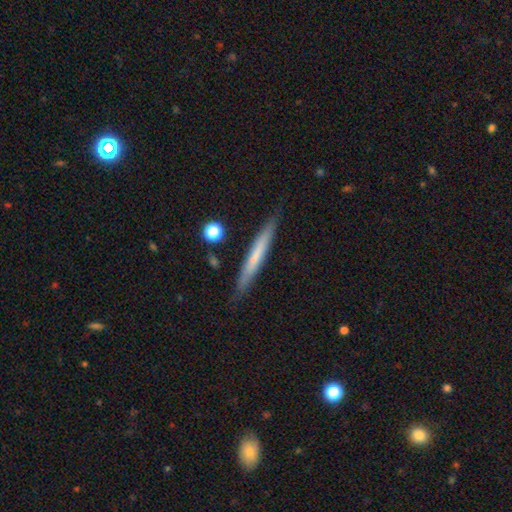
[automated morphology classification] type=smooth (52%); roundness=cigar-shaped (96%); merging=none (88%).